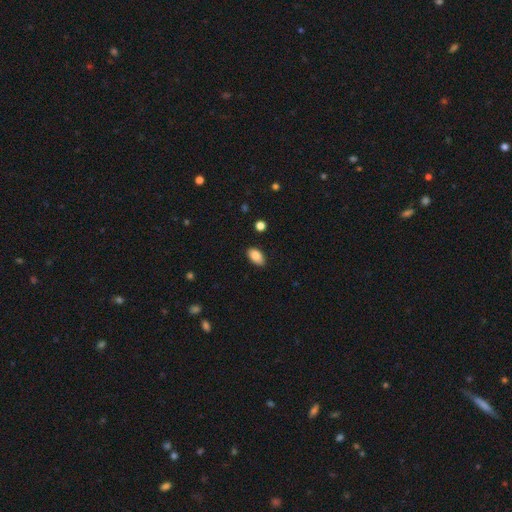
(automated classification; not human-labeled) smooth-or-featured: smooth: 87% | star or artifact: 8% | featured or disk: 6%
  how-rounded: in between: 93% | round: 6% | cigar-shaped: 2%
  merging: none: 83% | minor disturbance: 14% | major disturbance: 2% | merger: 1%